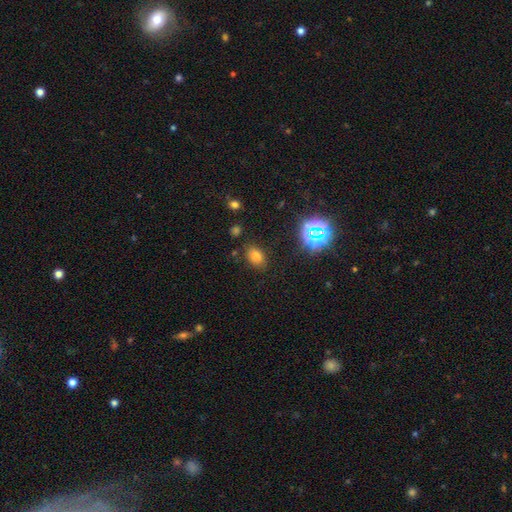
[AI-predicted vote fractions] smooth_or_featured: smooth (p=0.70) [alt: star or artifact p=0.22]
how_rounded: in between (p=0.77) [alt: round p=0.22]
merging: none (p=0.81) [alt: minor disturbance p=0.13]